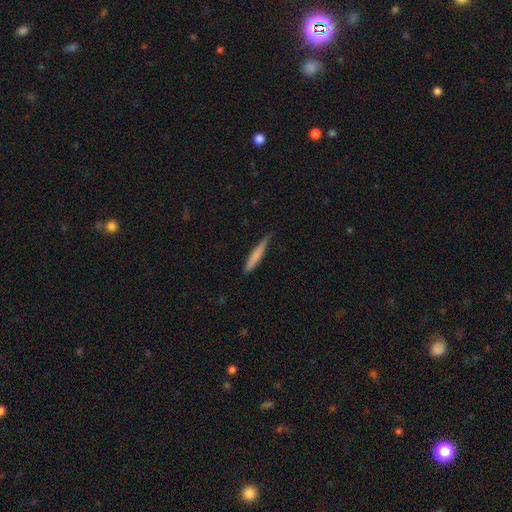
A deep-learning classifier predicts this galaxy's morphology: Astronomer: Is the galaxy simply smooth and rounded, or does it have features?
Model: smooth — 71%.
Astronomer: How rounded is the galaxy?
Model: cigar-shaped — 94%.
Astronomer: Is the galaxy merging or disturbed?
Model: none — 79%.